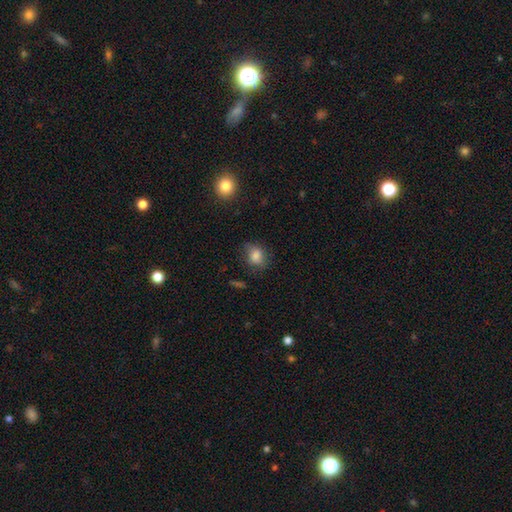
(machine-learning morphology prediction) Q: Smooth or featured?
A: smooth (81%); runner-up: star or artifact (10%)
Q: How rounded?
A: in between (55%); runner-up: round (44%)
Q: Merging?
A: none (67%); runner-up: minor disturbance (24%)